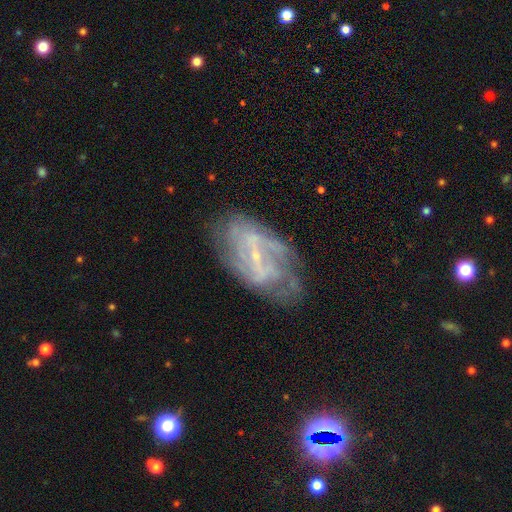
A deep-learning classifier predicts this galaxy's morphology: smooth_or_featured: featured or disk (p=0.83) [alt: smooth p=0.10]
disk_edge_on: no (p=0.95) [alt: yes p=0.05]
bar: weak (p=0.41) [alt: strong p=0.39]
has_spiral_arms: yes (p=0.83) [alt: no p=0.17]
spiral_winding: medium (p=0.39) [alt: tight p=0.37]
spiral_arm_count: can't tell (p=0.38) [alt: 2 p=0.36]
bulge_size: small (p=0.82) [alt: moderate p=0.11]
merging: none (p=0.63) [alt: minor disturbance p=0.21]